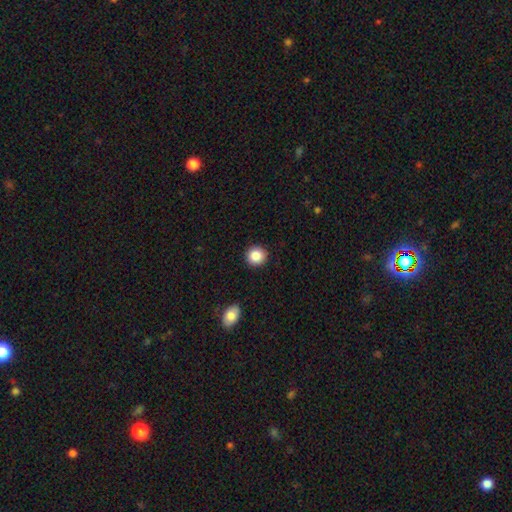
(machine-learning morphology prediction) Smooth or featured: smooth — 87% (star or artifact — 9%)
How rounded: round — 92% (in between — 7%)
Merging: none — 92% (minor disturbance — 5%)